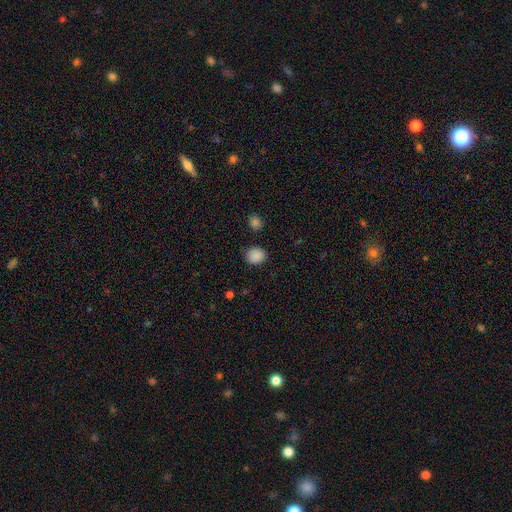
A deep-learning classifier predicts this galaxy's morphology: Smooth or featured: smooth — 88% (star or artifact — 9%)
How rounded: round — 75% (in between — 24%)
Merging: none — 86% (minor disturbance — 9%)